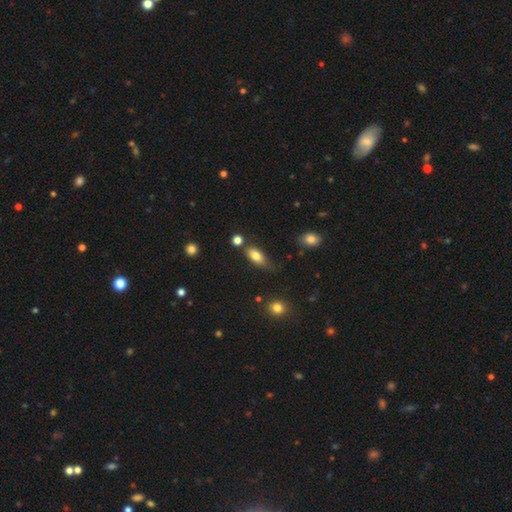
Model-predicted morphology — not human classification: Overall: smooth (80%). How rounded: in between (86%). Merging: none (56%; minor disturbance 27%).